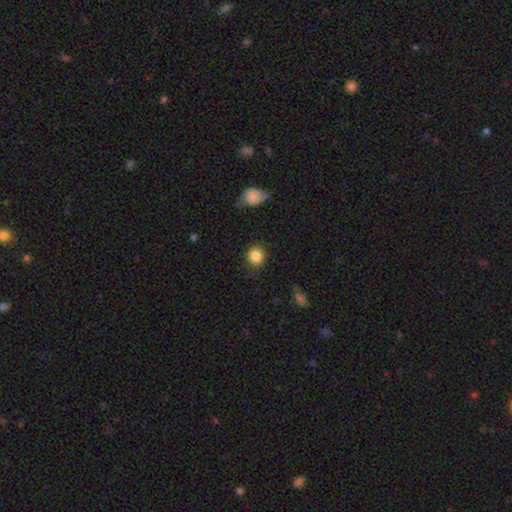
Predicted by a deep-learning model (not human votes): smooth-or-featured: smooth: 86% | star or artifact: 9% | featured or disk: 5%
  how-rounded: round: 89% | in between: 10% | cigar-shaped: 1%
  merging: none: 85% | minor disturbance: 10% | major disturbance: 3% | merger: 2%